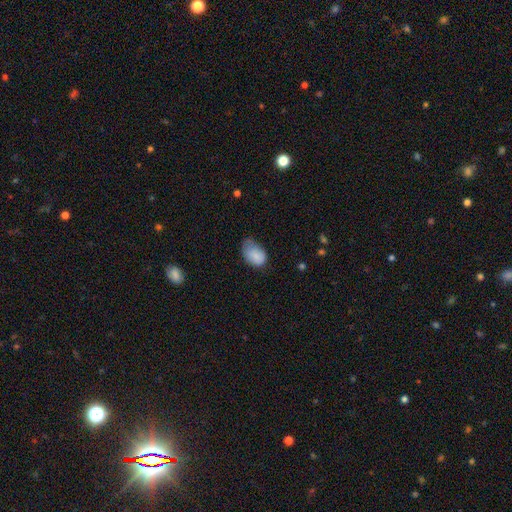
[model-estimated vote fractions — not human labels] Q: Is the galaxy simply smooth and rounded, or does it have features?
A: smooth — 85%.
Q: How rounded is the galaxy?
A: in between — 87%.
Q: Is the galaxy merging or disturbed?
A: minor disturbance — 45%.